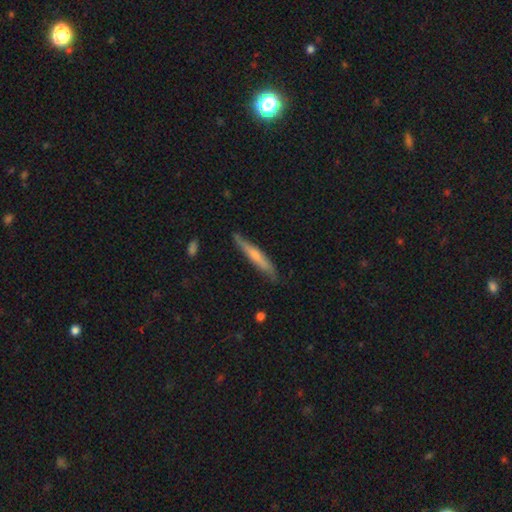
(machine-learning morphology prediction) A smooth galaxy with no disk features (55%) that is cigar-shaped (93%). Merging: none (79%).